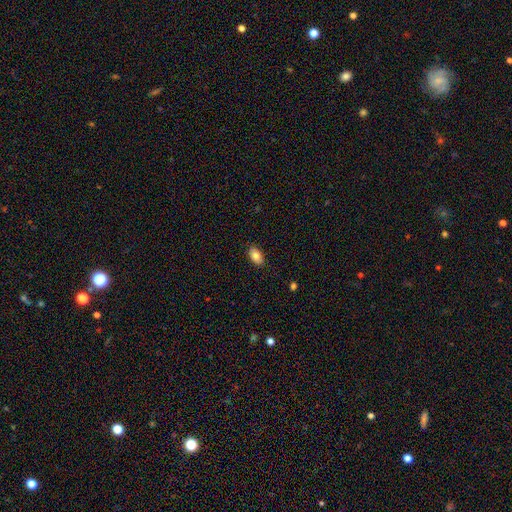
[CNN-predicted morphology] This is clearly a smooth galaxy (84%). How rounded: clearly in between (92%). Merging: clearly none (87%).